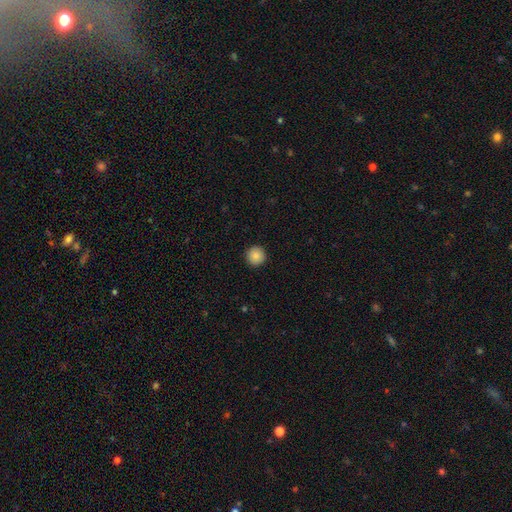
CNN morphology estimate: Smooth or featured? smooth (86%)
How rounded? round (96%)
Merging? none (93%)